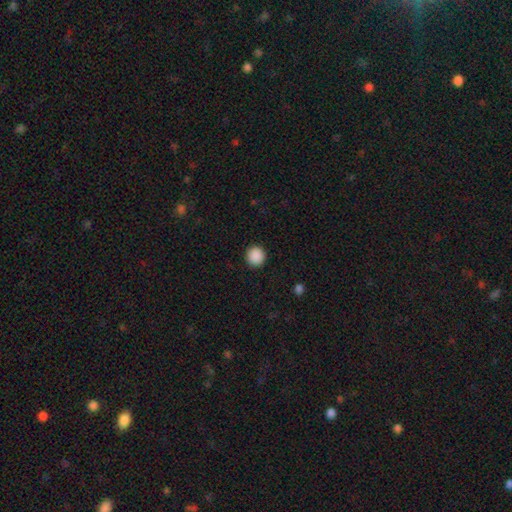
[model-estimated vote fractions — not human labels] A smooth galaxy with no disk features (89%) that is round (94%). Merging: none (93%).